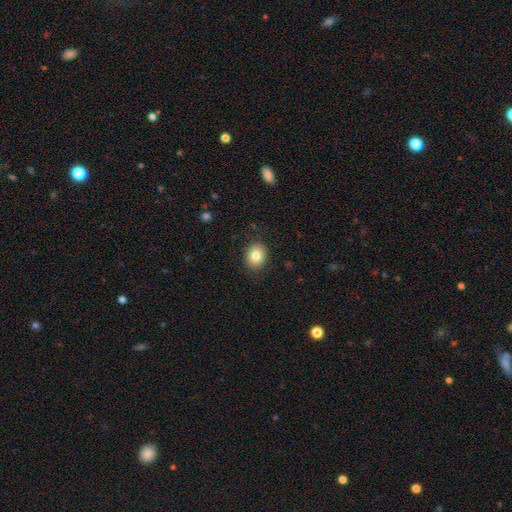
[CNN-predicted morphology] Smooth or featured? Predicted: smooth (p=0.82). How rounded? Predicted: round (p=0.59). Merging? Predicted: none (p=0.87).